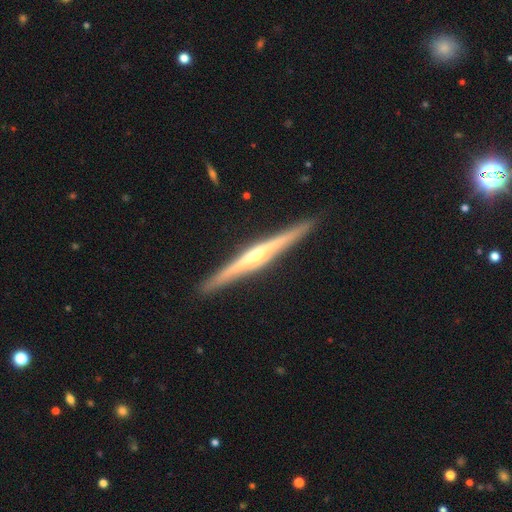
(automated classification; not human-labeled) Morphology: type=featured or disk (84%); edge-on=yes (98%); edge-on bulge=rounded (80%); merging=none (92%).